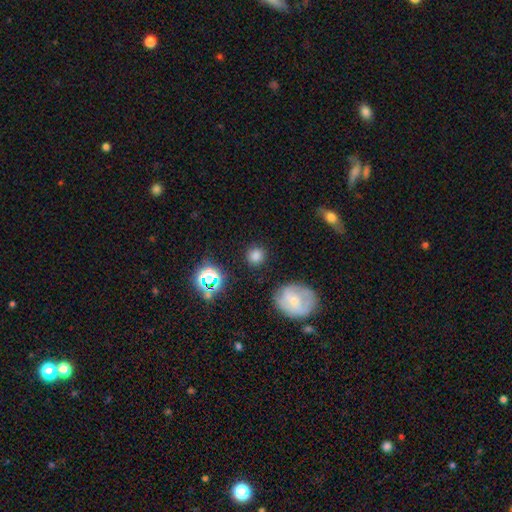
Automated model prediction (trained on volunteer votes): Overall: smooth (75%). How rounded: round (91%). Merging: none (85%).